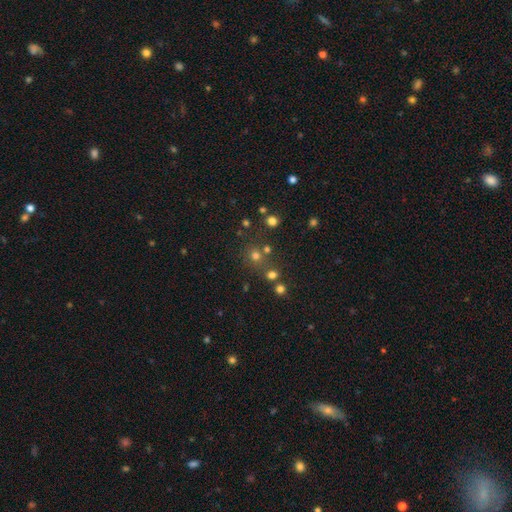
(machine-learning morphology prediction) type=smooth (66%); roundness=round (89%); merging=none (70%).